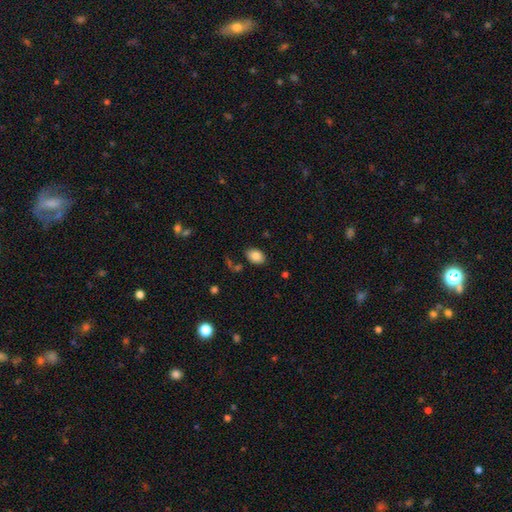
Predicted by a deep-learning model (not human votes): Morphology: type=smooth (84%); roundness=in between (84%); merging=none (83%).